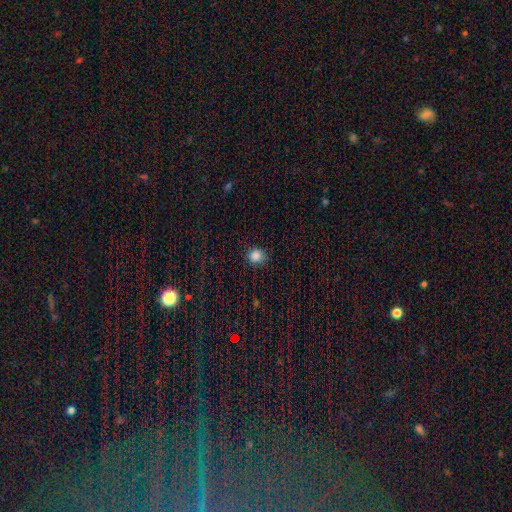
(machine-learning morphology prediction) smooth-or-featured: smooth: 84% | star or artifact: 12% | featured or disk: 4%
  how-rounded: round: 81% | in between: 18% | cigar-shaped: 1%
  merging: none: 84% | minor disturbance: 12% | major disturbance: 3% | merger: 1%